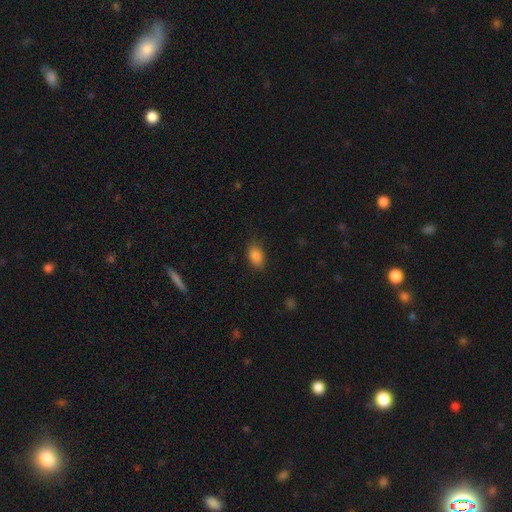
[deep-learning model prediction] Overall: smooth (87%). How rounded: in between (88%). Merging: none (80%).